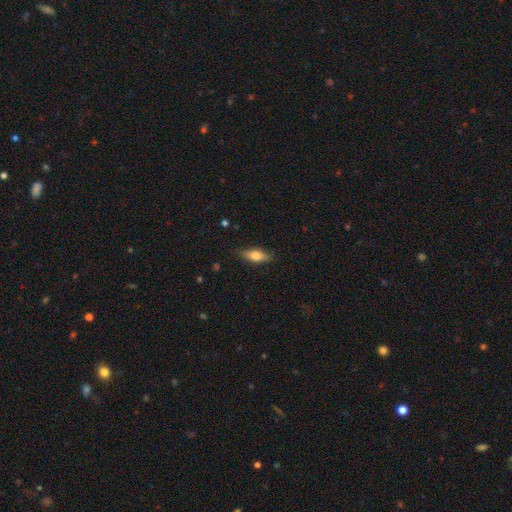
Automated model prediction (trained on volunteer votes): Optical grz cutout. It shows a smooth galaxy with no disk features (69%) that is in between round and cigar-shaped (66%). Merging: none (82%).